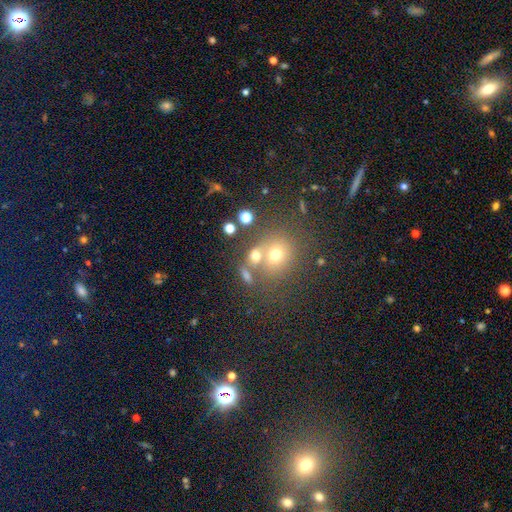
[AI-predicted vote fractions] Smooth or featured? Predicted: smooth (p=0.65). How rounded? Predicted: round (p=0.66). Merging? Predicted: none (p=0.49).